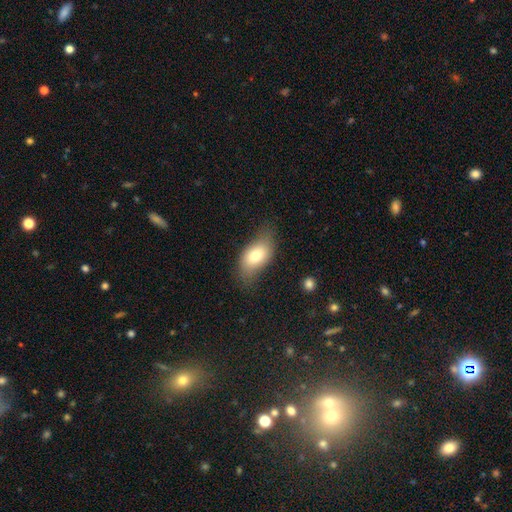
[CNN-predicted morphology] A smooth galaxy with no disk features (76%) that is in between round and cigar-shaped (91%). Merging: none (63%).